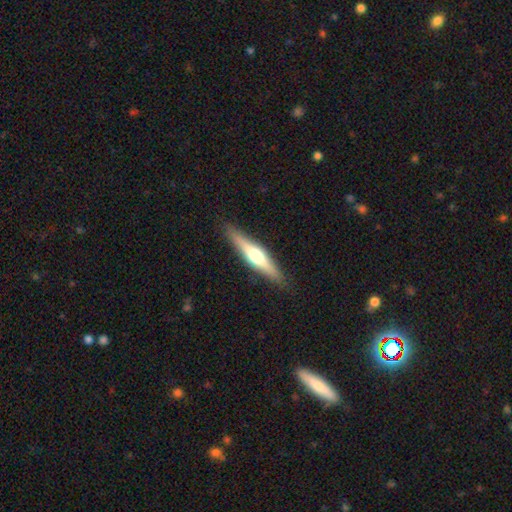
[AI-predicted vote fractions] smooth_or_featured: featured or disk (p=0.62) [alt: smooth p=0.33]
disk_edge_on: yes (p=0.96) [alt: no p=0.04]
edge_on_bulge: rounded (p=0.92) [alt: boxy p=0.05]
merging: none (p=0.89) [alt: minor disturbance p=0.08]